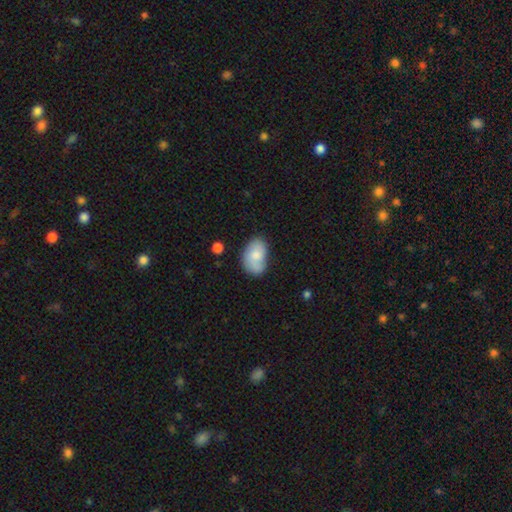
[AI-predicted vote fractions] Smooth or featured: smooth — 74% (featured or disk — 19%)
How rounded: in between — 89% (round — 10%)
Merging: none — 59% (minor disturbance — 26%)